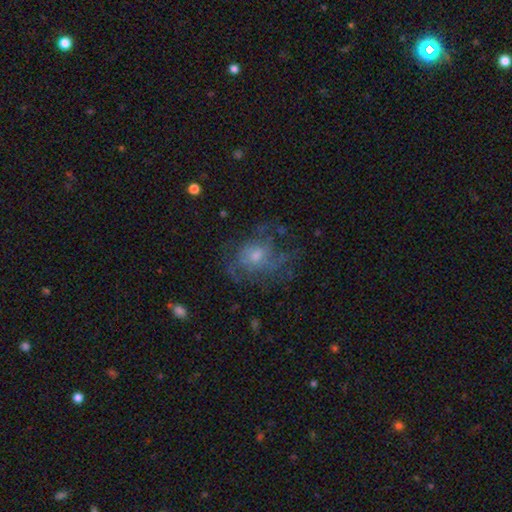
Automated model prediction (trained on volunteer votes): Smooth or featured? Predicted: featured or disk (p=0.60). Edge-on disk? Predicted: no (p=0.97). Bar? Predicted: no (p=0.78). Spiral arms? Predicted: yes (p=0.63). Bulge size? Predicted: moderate (p=0.47). Merging? Predicted: none (p=0.55).